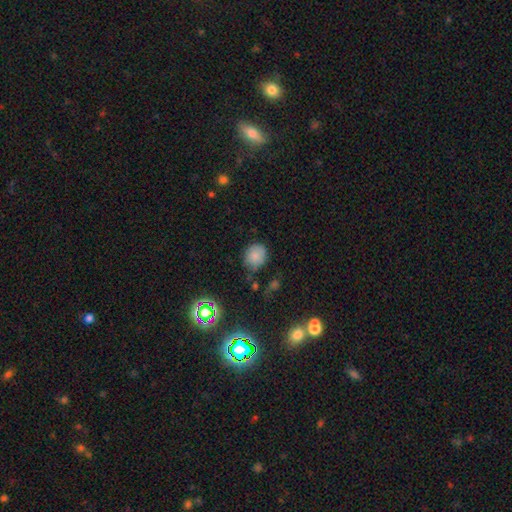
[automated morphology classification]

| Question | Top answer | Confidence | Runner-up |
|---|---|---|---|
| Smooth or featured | smooth | 80% | star or artifact (12%) |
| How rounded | round | 75% | in between (24%) |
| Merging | none | 70% | minor disturbance (21%) |